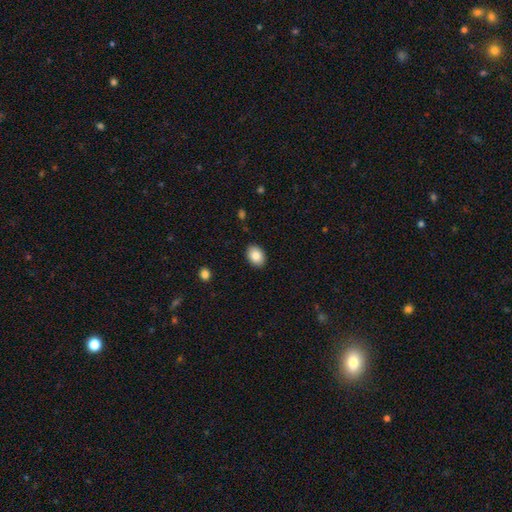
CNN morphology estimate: Smooth or featured: smooth — 85% (star or artifact — 8%)
How rounded: in between — 76% (round — 23%)
Merging: none — 88% (minor disturbance — 9%)